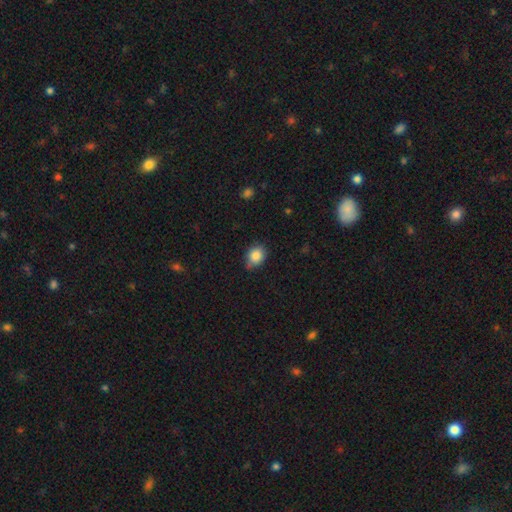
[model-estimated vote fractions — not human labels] Smooth or featured: smooth — 85% (star or artifact — 9%)
How rounded: round — 53% (in between — 46%)
Merging: none — 66% (minor disturbance — 28%)